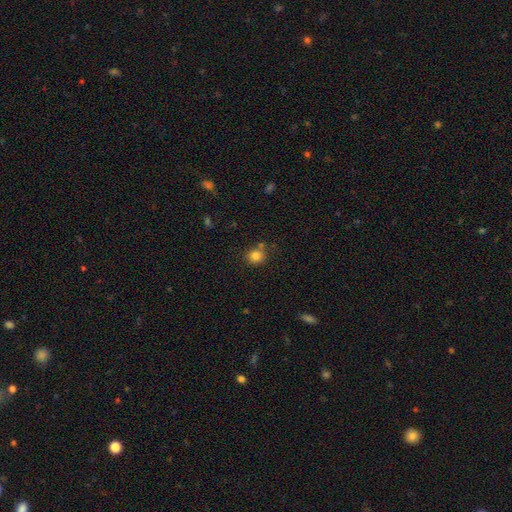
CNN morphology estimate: This appears to be a smooth galaxy with no disk features (82%) that is round (83%). Merging: none (71%).